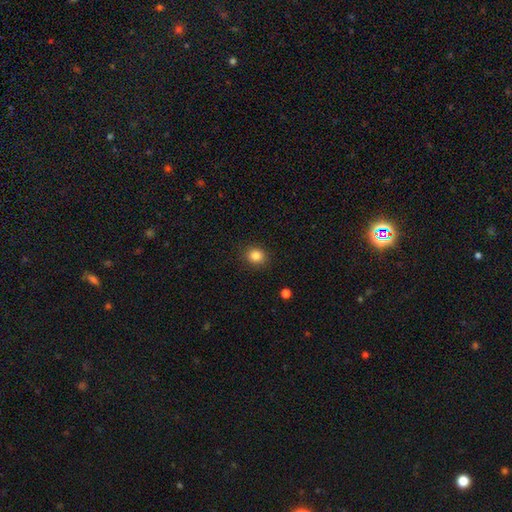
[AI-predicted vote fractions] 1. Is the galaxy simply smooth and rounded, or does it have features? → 85% smooth, 11% star or artifact, 5% featured or disk.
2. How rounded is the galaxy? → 78% round, 21% in between, 1% cigar-shaped.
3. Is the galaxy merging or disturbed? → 89% none, 8% minor disturbance, 2% major disturbance, 1% merger.